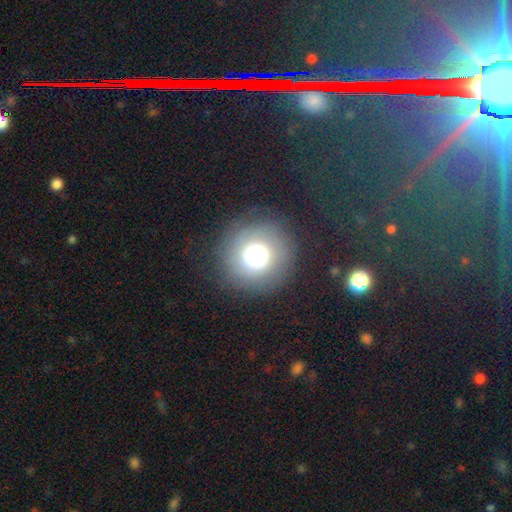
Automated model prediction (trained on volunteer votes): Overall: smooth (66%). How rounded: round (93%). Merging: none (78%).